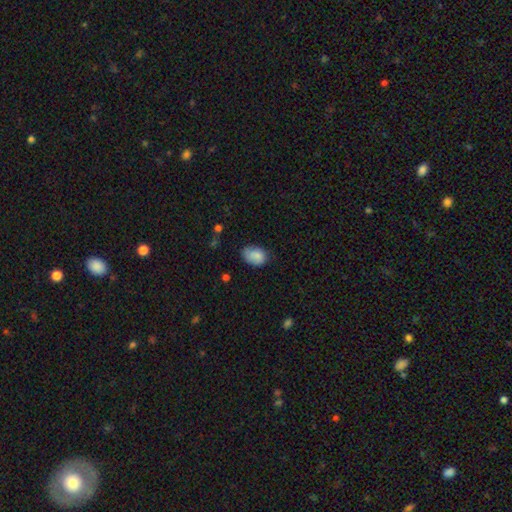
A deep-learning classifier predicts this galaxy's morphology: A smooth galaxy with no disk features (83%) that is in between round and cigar-shaped (81%). Merging: none (59%).